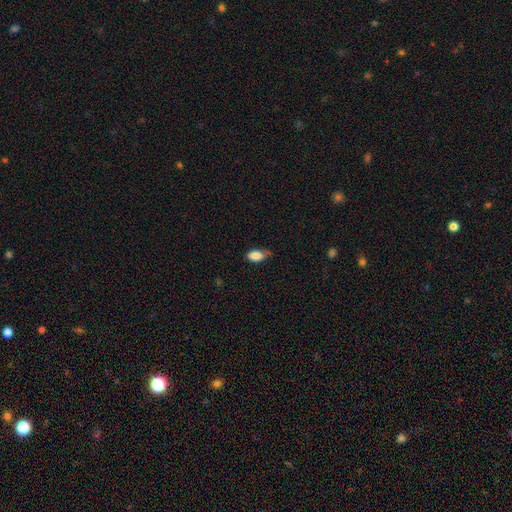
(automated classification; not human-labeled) Smooth or featured? smooth (85%)
How rounded? in between (91%)
Merging? none (57%)